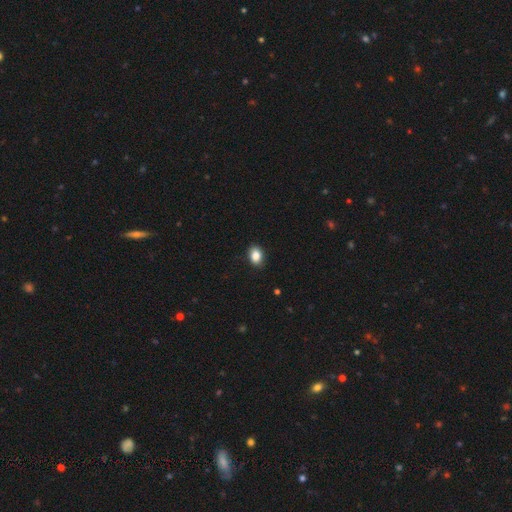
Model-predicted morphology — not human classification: A smooth galaxy with no disk features (87%) that is in between round and cigar-shaped (79%). Merging: none (88%).